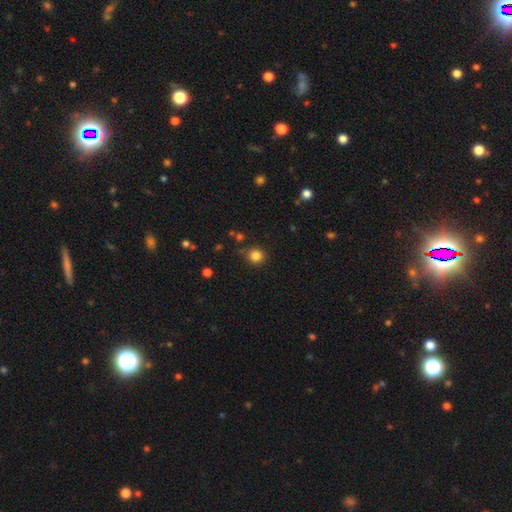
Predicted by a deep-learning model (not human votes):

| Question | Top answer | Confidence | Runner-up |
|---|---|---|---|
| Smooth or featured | smooth | 83% | star or artifact (13%) |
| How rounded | round | 92% | in between (7%) |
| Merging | none | 83% | minor disturbance (11%) |